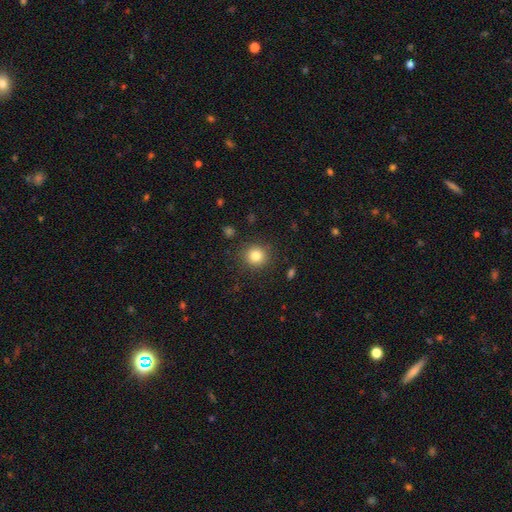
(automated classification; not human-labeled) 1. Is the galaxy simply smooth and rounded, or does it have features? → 82% smooth, 11% star or artifact, 6% featured or disk.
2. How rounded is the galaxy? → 90% round, 9% in between, 1% cigar-shaped.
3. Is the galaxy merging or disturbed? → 89% none, 7% minor disturbance, 3% major disturbance, 1% merger.